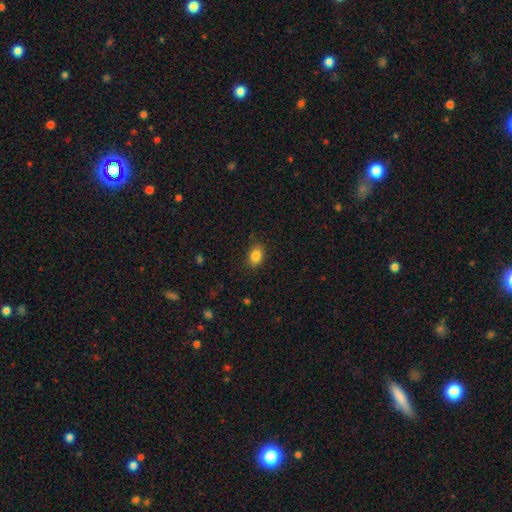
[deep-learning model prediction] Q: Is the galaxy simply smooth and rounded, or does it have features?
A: smooth — 85%.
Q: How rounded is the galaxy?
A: in between — 76%.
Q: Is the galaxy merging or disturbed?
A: none — 85%.